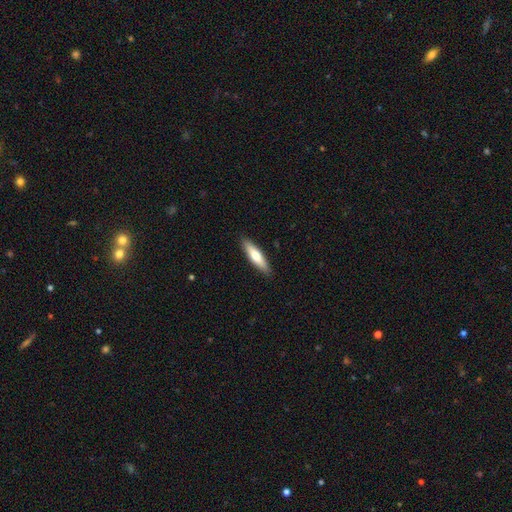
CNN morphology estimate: Smooth or featured? Predicted: smooth (p=0.64). How rounded? Predicted: cigar-shaped (p=0.70). Merging? Predicted: none (p=0.90).